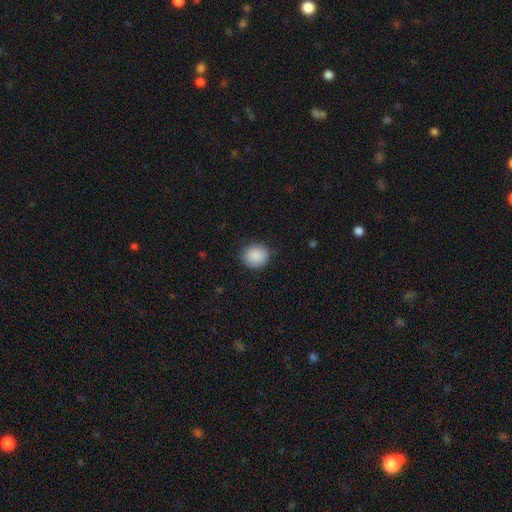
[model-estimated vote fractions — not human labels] A smooth galaxy with no disk features (89%) that is round (77%).

Vote fractions:
- Smooth or featured? smooth: 89% / star or artifact: 7% / featured or disk: 3%
- How rounded? round: 77% / in between: 22% / cigar-shaped: 1%
- Merging? none: 83% / minor disturbance: 13% / major disturbance: 3% / merger: 1%